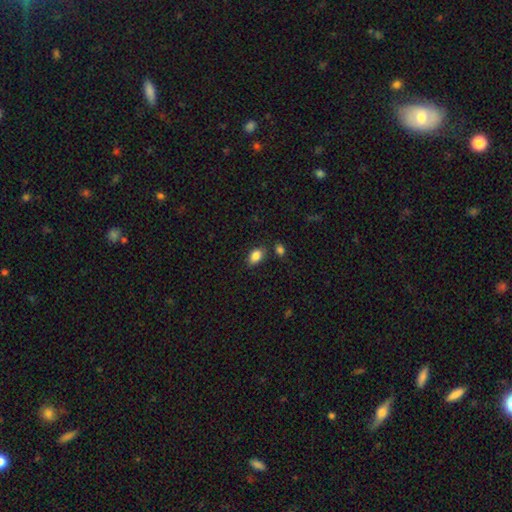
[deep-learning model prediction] smooth-or-featured: smooth: 86% | star or artifact: 8% | featured or disk: 6%
  how-rounded: in between: 89% | round: 9% | cigar-shaped: 2%
  merging: none: 76% | minor disturbance: 14% | merger: 7% | major disturbance: 3%